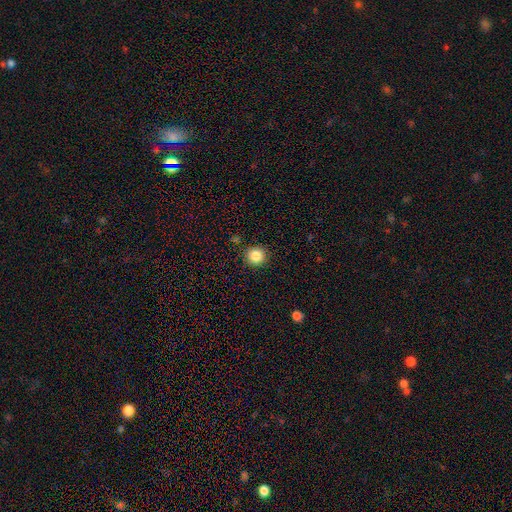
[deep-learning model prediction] This appears to be a smooth galaxy with no disk features (85%) that is round (92%). Merging: none (89%).